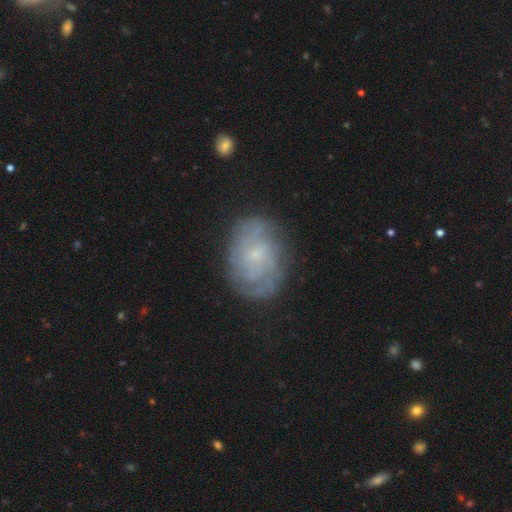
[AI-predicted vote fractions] A featured or disk galaxy (69%) with no bar (68%), tight (57%) spiral arms (83%) and a small central bulge (73%).

Vote fractions:
- Smooth or featured? featured or disk: 69% / smooth: 23% / star or artifact: 8%
- Edge-on disk? no: 97% / yes: 3%
- Bar? no: 68% / weak: 28% / strong: 4%
- Spiral arms? yes: 83% / no: 17%
- Spiral winding? tight: 57% / medium: 31% / loose: 12%
- Spiral arm count? can't tell: 51% / 2: 19% / 3: 13% / 4: 8% / 1: 5% / more than 4: 5%
- Bulge size? small: 73% / moderate: 18% / none: 7% / large: 1% / dominant: 1%
- Merging? none: 72% / minor disturbance: 19% / major disturbance: 8% / merger: 2%